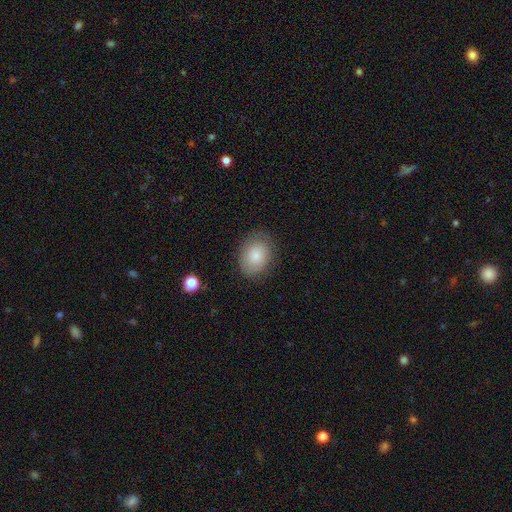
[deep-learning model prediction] This appears to be a smooth galaxy with no disk features (80%) that is in between round and cigar-shaped (61%). Merging: none (80%).